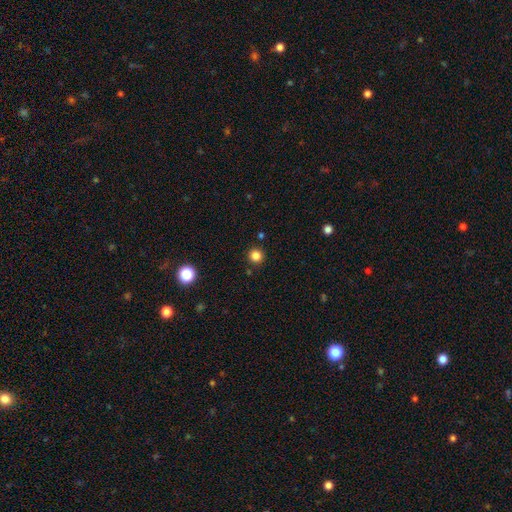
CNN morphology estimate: Smooth or featured? smooth (83%)
How rounded? round (95%)
Merging? none (91%)